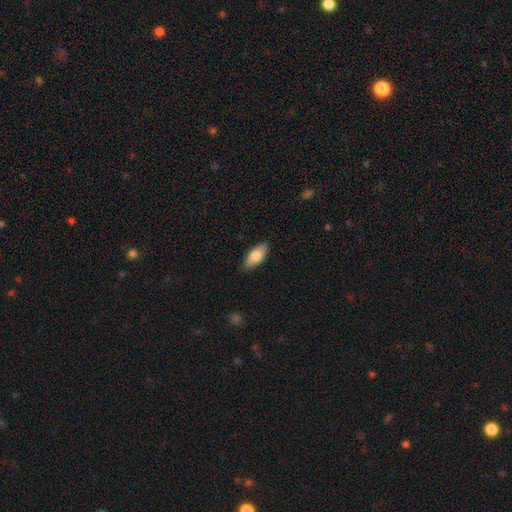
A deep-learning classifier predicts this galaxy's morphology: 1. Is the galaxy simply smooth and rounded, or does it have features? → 79% smooth, 15% featured or disk, 6% star or artifact.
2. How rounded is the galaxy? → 85% in between, 13% cigar-shaped, 2% round.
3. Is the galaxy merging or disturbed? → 86% none, 11% minor disturbance, 2% major disturbance, 1% merger.